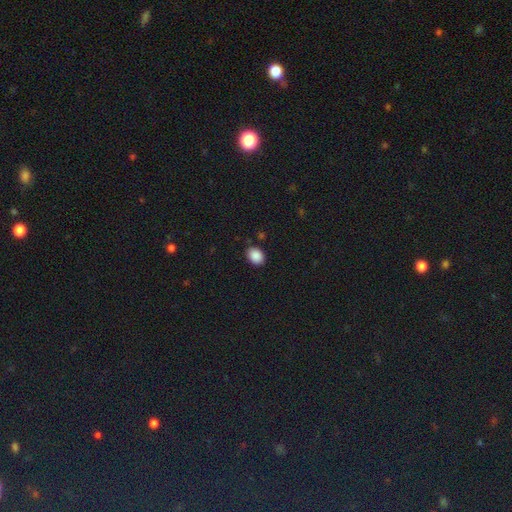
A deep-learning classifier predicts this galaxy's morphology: Smooth or featured: smooth — 88% (star or artifact — 9%)
How rounded: in between — 59% (round — 40%)
Merging: none — 86% (minor disturbance — 10%)